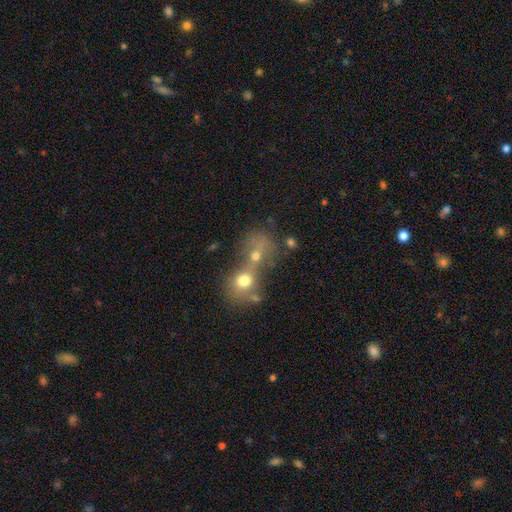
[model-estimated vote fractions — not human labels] A smooth galaxy with no disk features (55%) that is round (64%).

Vote fractions:
- Smooth or featured? smooth: 55% / featured or disk: 25% / star or artifact: 20%
- How rounded? round: 64% / in between: 34% / cigar-shaped: 2%
- Merging? merger: 71% / none: 17% / major disturbance: 6% / minor disturbance: 5%